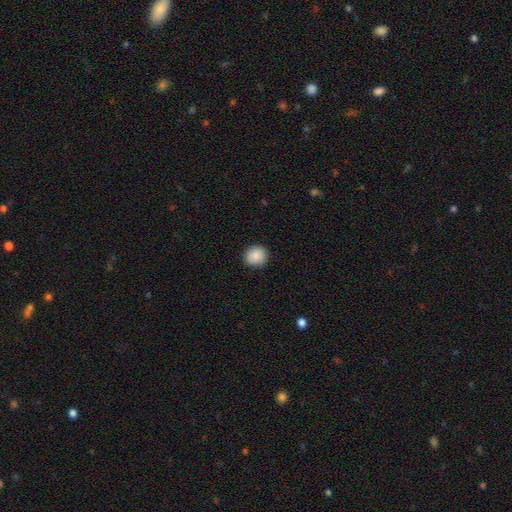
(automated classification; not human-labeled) Smooth or featured? smooth (89%)
How rounded? round (86%)
Merging? none (91%)